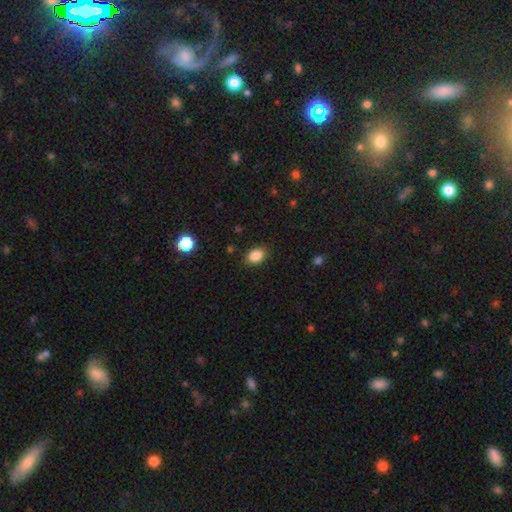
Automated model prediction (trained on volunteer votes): This is clearly a smooth galaxy (87%). How rounded: likely in between (75%). Merging: clearly none (86%).